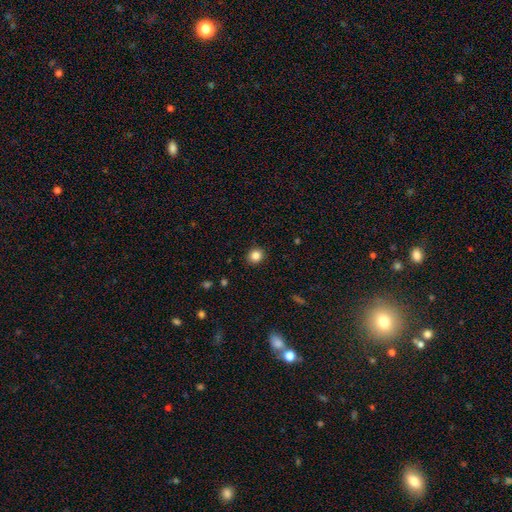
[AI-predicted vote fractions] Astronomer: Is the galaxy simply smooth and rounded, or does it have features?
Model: smooth — 84%.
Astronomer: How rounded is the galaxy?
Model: round — 85%.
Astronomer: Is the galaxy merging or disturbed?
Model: none — 91%.